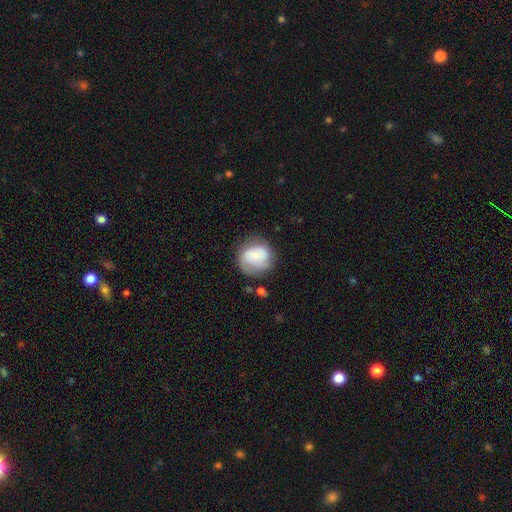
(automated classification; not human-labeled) Smooth or featured: featured or disk — 47% (smooth — 46%)
Merging: none — 63% (minor disturbance — 24%)